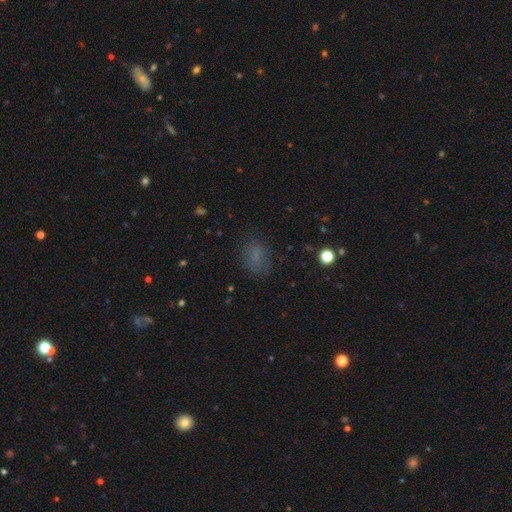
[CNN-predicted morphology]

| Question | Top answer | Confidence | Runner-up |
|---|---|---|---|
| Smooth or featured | smooth | 68% | star or artifact (18%) |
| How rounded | in between | 71% | round (27%) |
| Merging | none | 73% | minor disturbance (17%) |